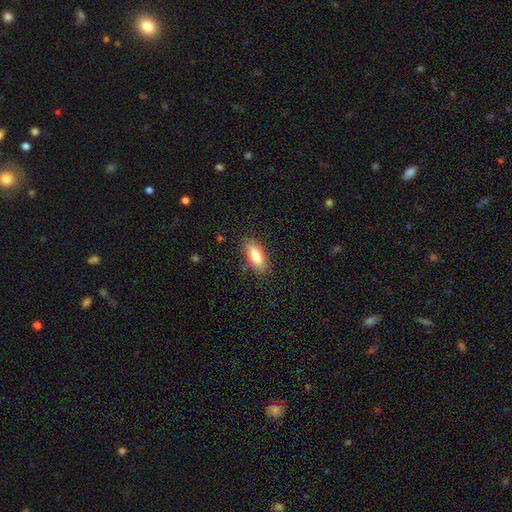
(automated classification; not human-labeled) This appears to be a smooth galaxy with no disk features (78%) that is in between round and cigar-shaped (83%). Merging: none (84%).